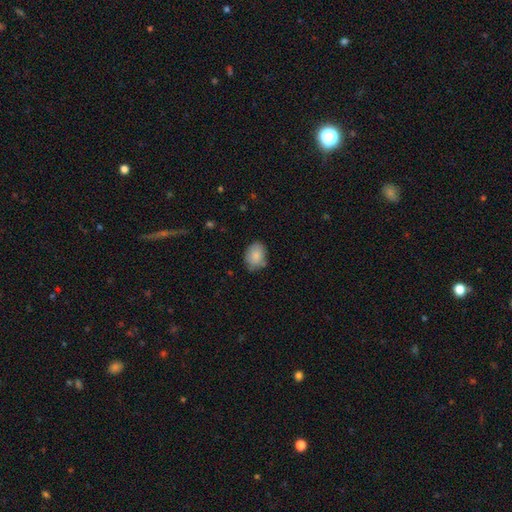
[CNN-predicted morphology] type=smooth (86%); roundness=in between (69%); merging=none (73%).